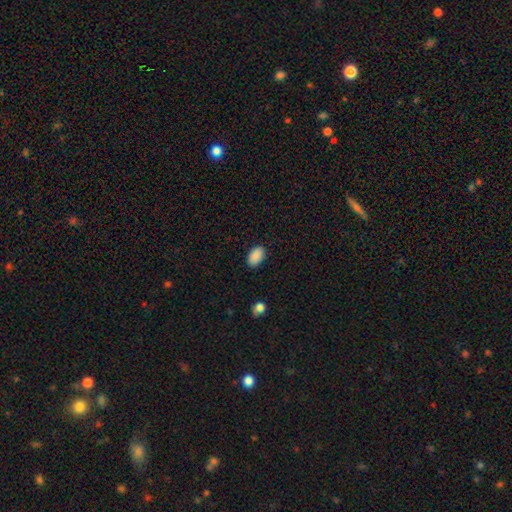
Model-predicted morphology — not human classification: Overall: smooth (89%). How rounded: in between (92%). Merging: none (85%).